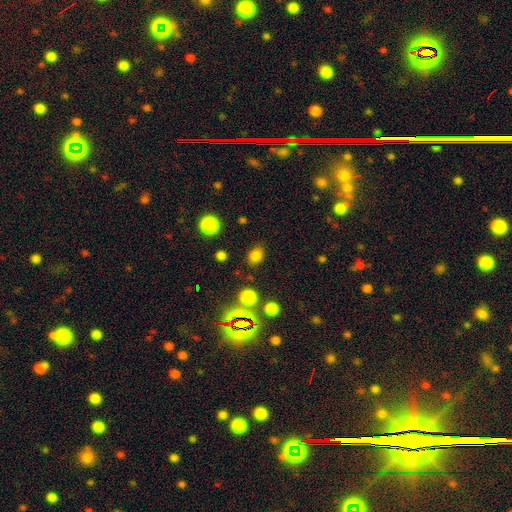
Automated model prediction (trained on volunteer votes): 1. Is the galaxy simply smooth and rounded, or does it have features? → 75% smooth, 20% star or artifact, 6% featured or disk.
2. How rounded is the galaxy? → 52% in between, 46% round, 1% cigar-shaped.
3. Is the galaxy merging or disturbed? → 78% none, 13% minor disturbance, 4% merger, 4% major disturbance.